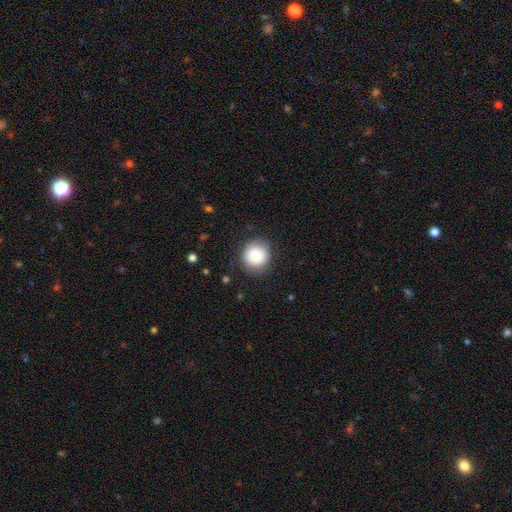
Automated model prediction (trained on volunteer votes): Q: Smooth or featured?
A: smooth (84%); runner-up: featured or disk (8%)
Q: How rounded?
A: round (92%); runner-up: in between (7%)
Q: Merging?
A: none (83%); runner-up: minor disturbance (12%)